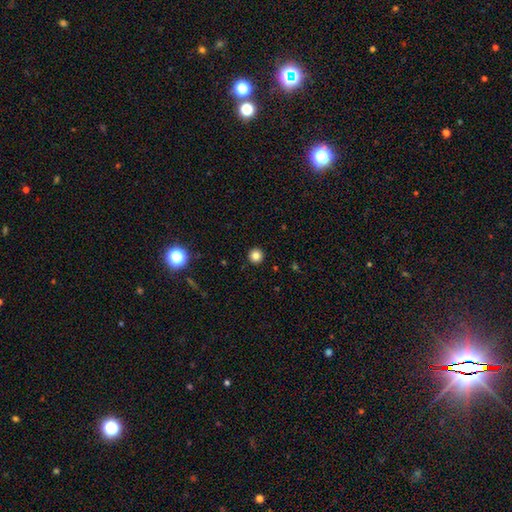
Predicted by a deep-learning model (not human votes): Q: Smooth or featured?
A: smooth (82%); runner-up: star or artifact (13%)
Q: How rounded?
A: round (96%); runner-up: in between (3%)
Q: Merging?
A: none (93%); runner-up: minor disturbance (4%)